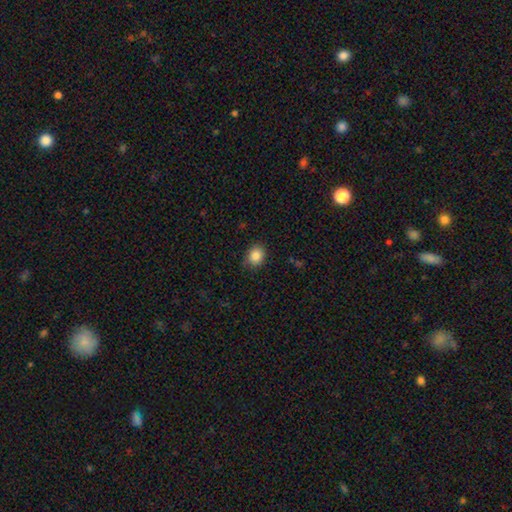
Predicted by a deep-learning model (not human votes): Smooth or featured? Predicted: smooth (p=0.86). How rounded? Predicted: round (p=0.59). Merging? Predicted: none (p=0.85).